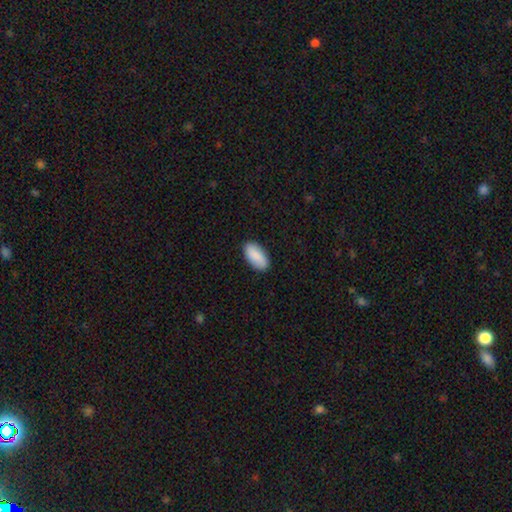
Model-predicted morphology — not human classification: Overall: smooth (88%). How rounded: in between (93%). Merging: none (88%).